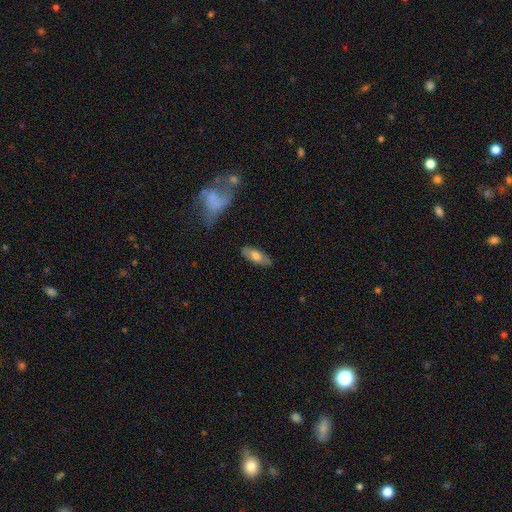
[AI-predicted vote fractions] This appears to be a smooth galaxy with no disk features (65%) that is in between round and cigar-shaped (78%). Merging: none (80%).